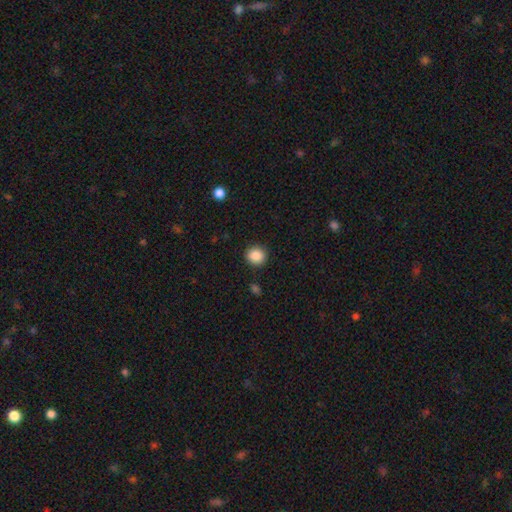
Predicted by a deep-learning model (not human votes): Overall: smooth (87%). How rounded: round (90%). Merging: none (90%).